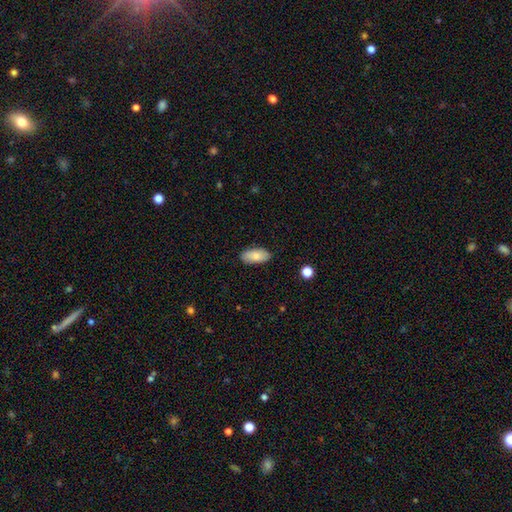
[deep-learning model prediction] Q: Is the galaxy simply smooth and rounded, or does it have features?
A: smooth — 83%.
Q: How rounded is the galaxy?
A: in between — 92%.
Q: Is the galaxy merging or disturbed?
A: none — 86%.